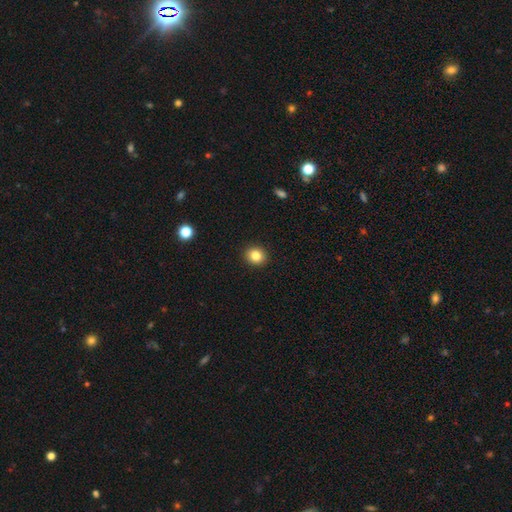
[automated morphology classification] Q: Smooth or featured?
A: smooth (84%); runner-up: star or artifact (10%)
Q: How rounded?
A: round (77%); runner-up: in between (22%)
Q: Merging?
A: none (92%); runner-up: minor disturbance (5%)